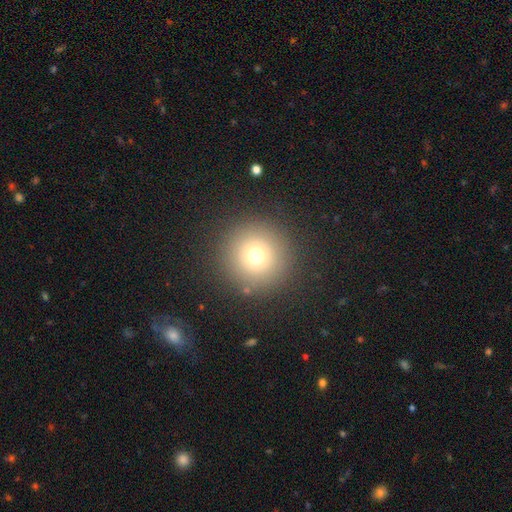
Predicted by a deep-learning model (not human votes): Overall: smooth (70%). How rounded: round (96%). Merging: none (89%).